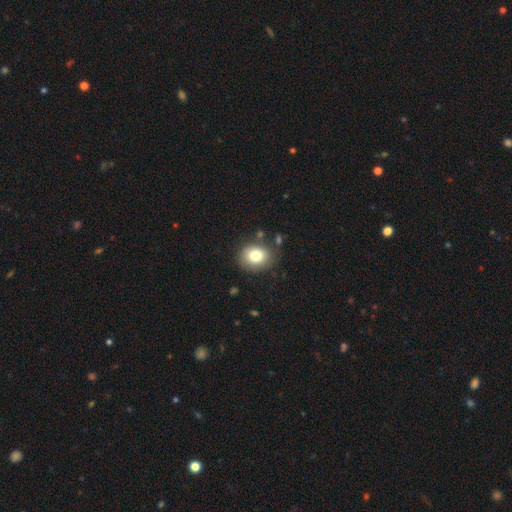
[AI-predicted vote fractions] Smooth or featured? Predicted: smooth (p=0.80). How rounded? Predicted: round (p=0.57). Merging? Predicted: none (p=0.81).